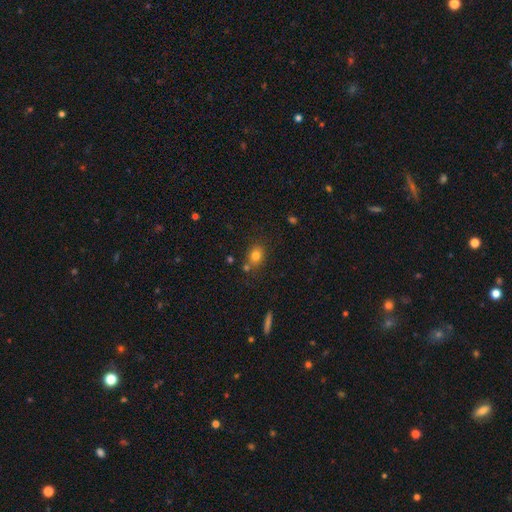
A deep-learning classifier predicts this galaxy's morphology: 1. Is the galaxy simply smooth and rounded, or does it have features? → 78% smooth, 13% star or artifact, 9% featured or disk.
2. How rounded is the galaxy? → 52% round, 47% in between, 1% cigar-shaped.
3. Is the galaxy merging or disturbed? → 72% none, 12% minor disturbance, 11% merger, 4% major disturbance.